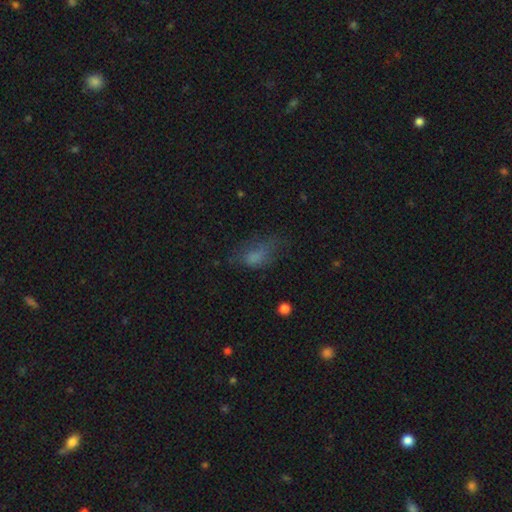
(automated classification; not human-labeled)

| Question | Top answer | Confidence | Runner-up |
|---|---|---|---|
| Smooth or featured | smooth | 67% | featured or disk (18%) |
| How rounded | in between | 83% | round (9%) |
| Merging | none | 39% | major disturbance (30%) |